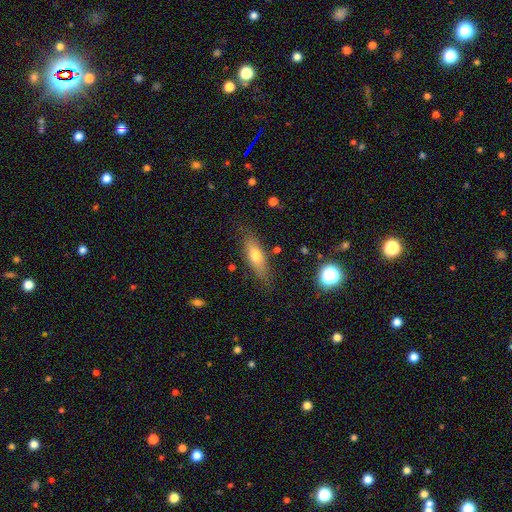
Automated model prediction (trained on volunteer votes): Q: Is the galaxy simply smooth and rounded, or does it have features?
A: smooth — 64%.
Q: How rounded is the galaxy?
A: in between — 58%.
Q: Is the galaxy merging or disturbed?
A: none — 76%.